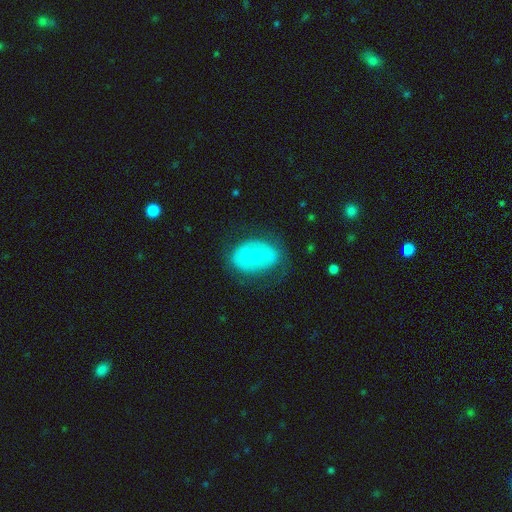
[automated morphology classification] Q: Smooth or featured?
A: featured or disk (53%); runner-up: smooth (40%)
Q: Edge-on disk?
A: no (93%); runner-up: yes (7%)
Q: Merging?
A: none (61%); runner-up: minor disturbance (23%)